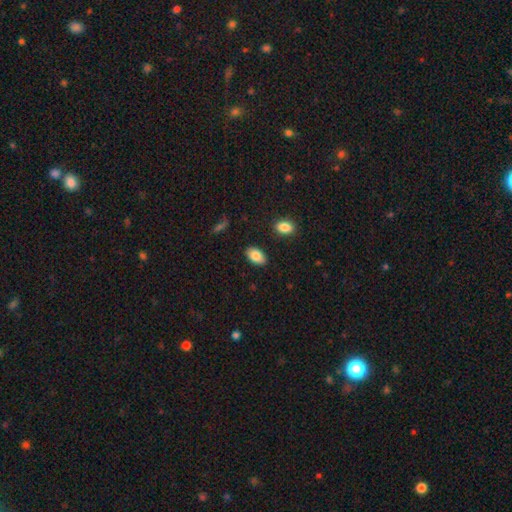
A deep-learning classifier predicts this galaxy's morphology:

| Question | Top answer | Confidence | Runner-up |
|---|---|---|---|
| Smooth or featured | smooth | 85% | featured or disk (8%) |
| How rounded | in between | 93% | round (6%) |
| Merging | none | 87% | minor disturbance (9%) |